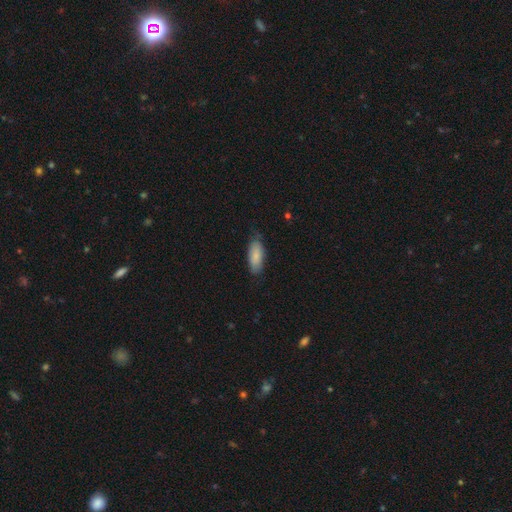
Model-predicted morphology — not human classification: The model was most divided on "merging": none: 72%, minor disturbance: 23%, major disturbance: 4%, merger: 1%. More confident: how rounded — in between (84%); smooth or featured — smooth (82%).